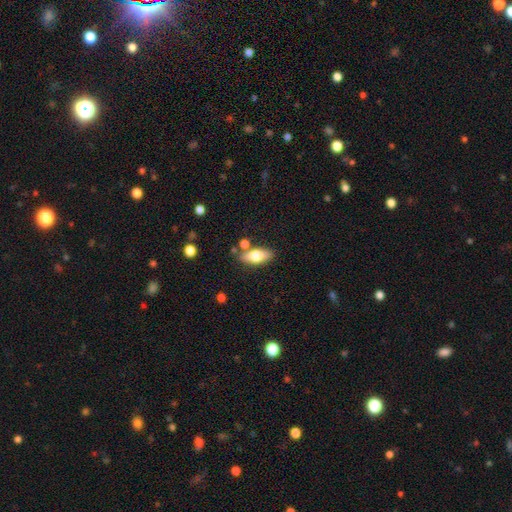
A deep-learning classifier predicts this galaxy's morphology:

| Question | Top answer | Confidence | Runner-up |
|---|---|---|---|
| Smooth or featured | smooth | 68% | featured or disk (25%) |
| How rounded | in between | 77% | cigar-shaped (19%) |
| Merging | none | 76% | minor disturbance (13%) |